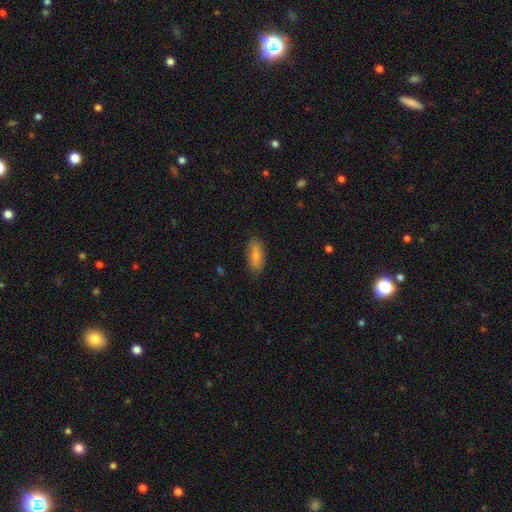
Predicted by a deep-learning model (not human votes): A smooth galaxy with no disk features (77%) that is in between round and cigar-shaped (83%).

Vote fractions:
- Smooth or featured? smooth: 77% / featured or disk: 16% / star or artifact: 7%
- How rounded? in between: 83% / cigar-shaped: 14% / round: 3%
- Merging? none: 79% / minor disturbance: 16% / major disturbance: 3% / merger: 2%